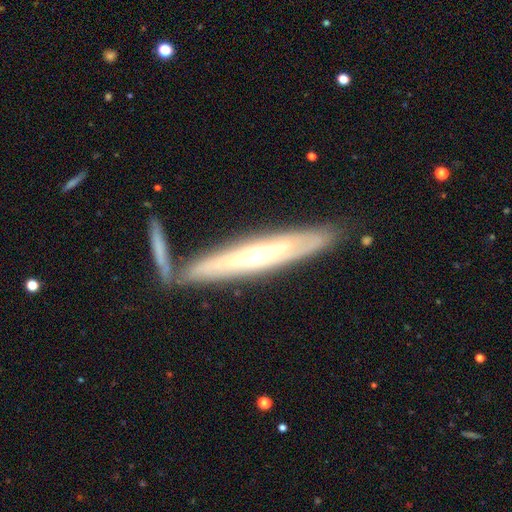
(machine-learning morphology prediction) smooth-or-featured: featured or disk: 71% | smooth: 23% | star or artifact: 6%
  disk-edge-on: yes: 72% | no: 28%
    edge-on-bulge: rounded: 69% | none: 26% | boxy: 4%
  merging: none: 72% | merger: 13% | minor disturbance: 12% | major disturbance: 3%